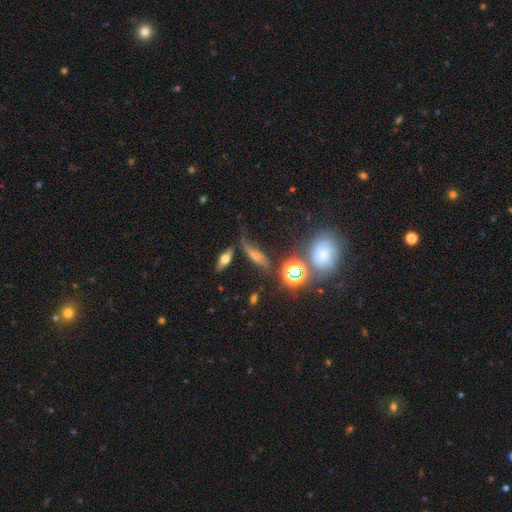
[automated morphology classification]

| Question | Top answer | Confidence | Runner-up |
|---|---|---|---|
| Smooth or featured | featured or disk | 46% | smooth (31%) |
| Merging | none | 59% | minor disturbance (19%) |